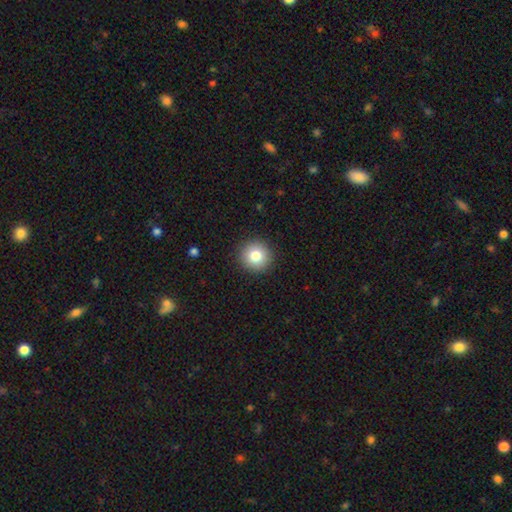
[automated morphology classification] A smooth galaxy with no disk features (81%) that is round (94%).

Vote fractions:
- Smooth or featured? smooth: 81% / star or artifact: 10% / featured or disk: 9%
- How rounded? round: 94% / in between: 5% / cigar-shaped: 1%
- Merging? none: 92% / minor disturbance: 5% / major disturbance: 2% / merger: 1%